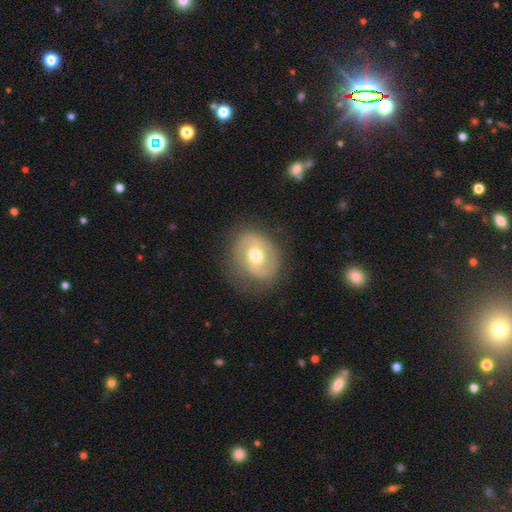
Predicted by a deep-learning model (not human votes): Smooth or featured: featured or disk — 69% (smooth — 25%)
Edge-on disk: no — 97% (yes — 3%)
Bar: no — 50% (weak — 38%)
Spiral arms: yes — 82% (no — 18%)
Spiral winding: medium — 43% (tight — 34%)
Spiral arm count: 2 — 77% (can't tell — 11%)
Bulge size: moderate — 76% (small — 15%)
Merging: none — 73% (minor disturbance — 18%)